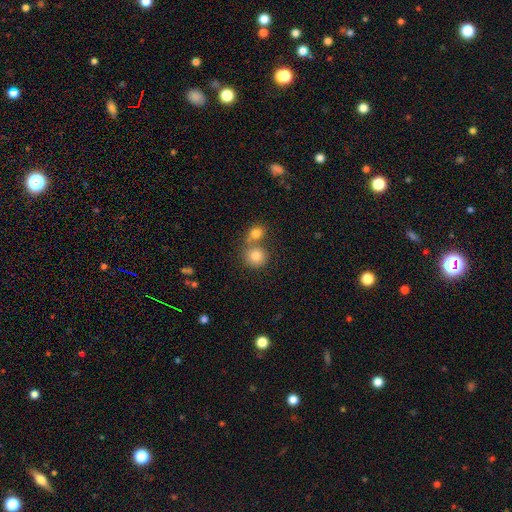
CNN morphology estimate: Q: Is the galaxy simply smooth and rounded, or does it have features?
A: smooth — 80%.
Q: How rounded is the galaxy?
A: round — 84%.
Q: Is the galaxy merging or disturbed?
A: none — 46%.